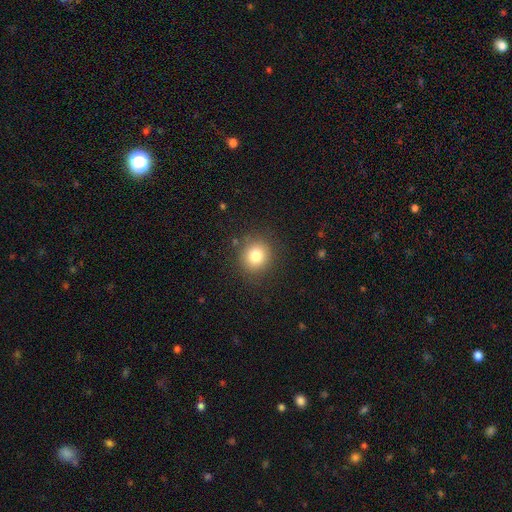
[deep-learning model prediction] A smooth galaxy with no disk features (80%) that is round (87%).

Vote fractions:
- Smooth or featured? smooth: 80% / star or artifact: 12% / featured or disk: 8%
- How rounded? round: 87% / in between: 12% / cigar-shaped: 1%
- Merging? none: 87% / minor disturbance: 8% / major disturbance: 3% / merger: 1%